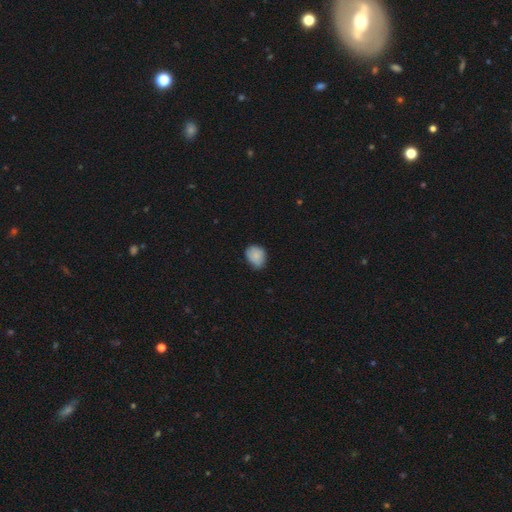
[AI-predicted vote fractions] Overall: smooth (84%). How rounded: in between (52%; round 47%). Merging: none (62%; minor disturbance 32%).